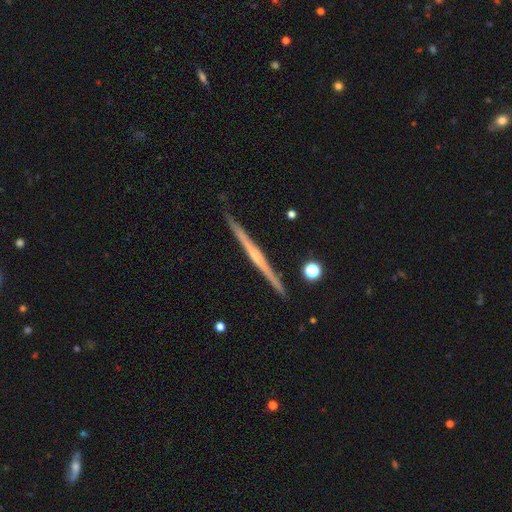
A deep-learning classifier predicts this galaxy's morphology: Smooth or featured? Predicted: featured or disk (p=0.76). Edge-on disk? Predicted: yes (p=0.98). Edge-on bulge? Predicted: none (p=0.48). Merging? Predicted: none (p=0.91).